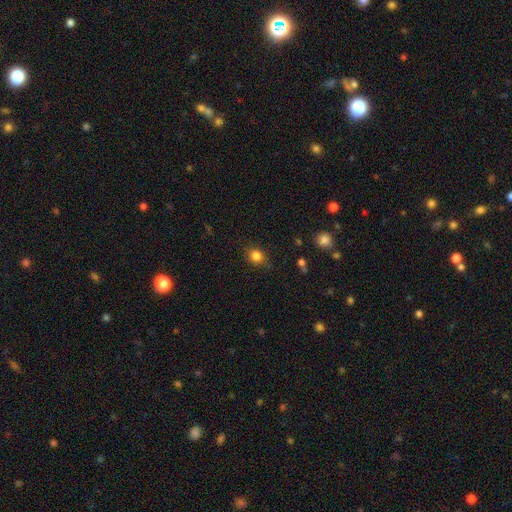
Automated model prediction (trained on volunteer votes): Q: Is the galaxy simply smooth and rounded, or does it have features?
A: smooth — 83%.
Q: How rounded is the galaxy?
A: round — 69%.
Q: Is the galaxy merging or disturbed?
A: none — 83%.